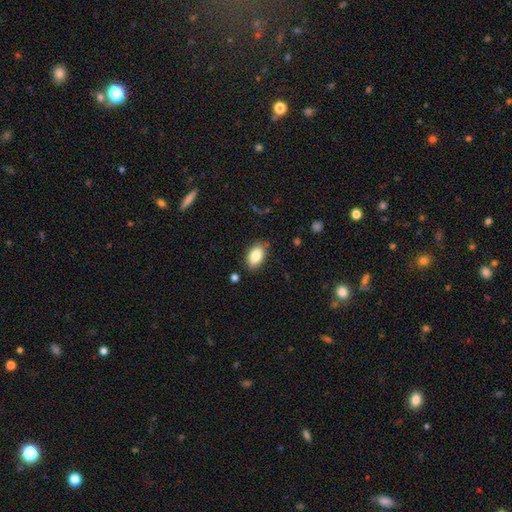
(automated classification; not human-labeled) Morphology: type=smooth (84%); roundness=in between (90%); merging=none (81%).